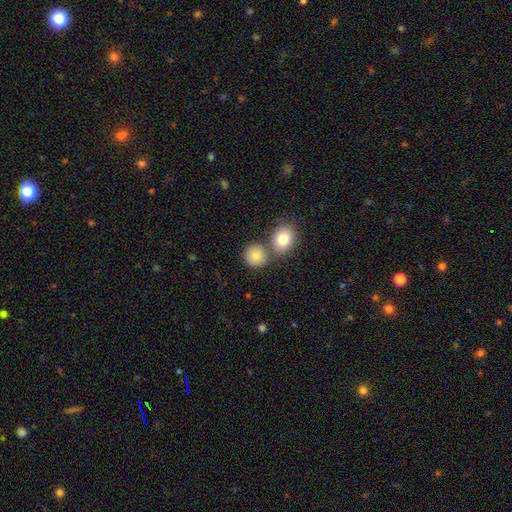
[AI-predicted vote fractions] Smooth or featured?
  - smooth: 82% *
  - star or artifact: 10%
  - featured or disk: 8%
How rounded?
  - round: 87% *
  - in between: 12%
  - cigar-shaped: 1%
Merging?
  - none: 65% *
  - merger: 24%
  - minor disturbance: 8%
  - major disturbance: 3%